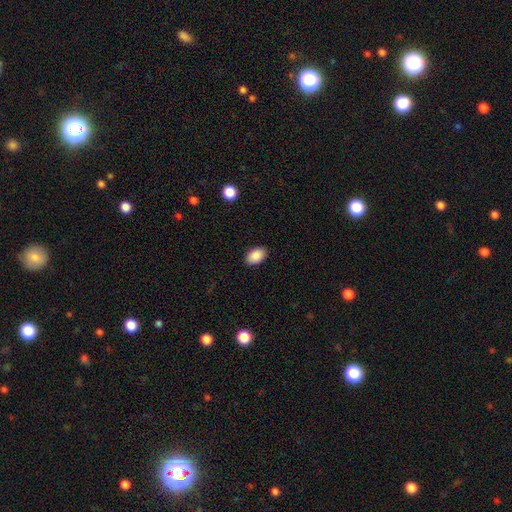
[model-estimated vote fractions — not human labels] Smooth or featured: smooth — 89% (star or artifact — 7%)
How rounded: in between — 90% (round — 9%)
Merging: none — 89% (minor disturbance — 8%)